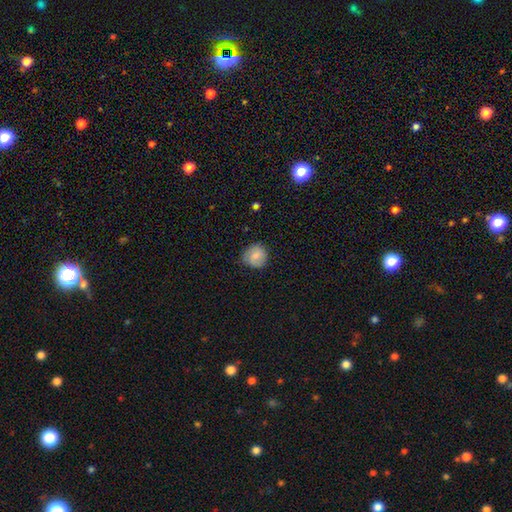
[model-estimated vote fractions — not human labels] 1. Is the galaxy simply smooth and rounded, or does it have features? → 78% smooth, 14% featured or disk, 8% star or artifact.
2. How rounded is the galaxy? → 87% round, 12% in between, 1% cigar-shaped.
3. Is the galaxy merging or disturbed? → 77% none, 18% minor disturbance, 4% major disturbance, 1% merger.